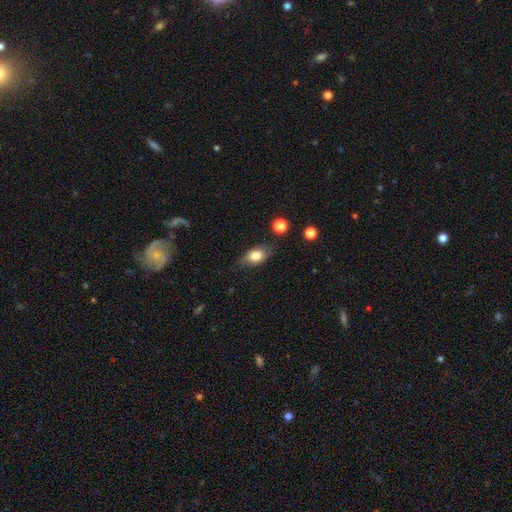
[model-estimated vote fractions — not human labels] Smooth or featured: smooth — 76% (featured or disk — 16%)
How rounded: in between — 83% (round — 12%)
Merging: none — 76% (minor disturbance — 18%)